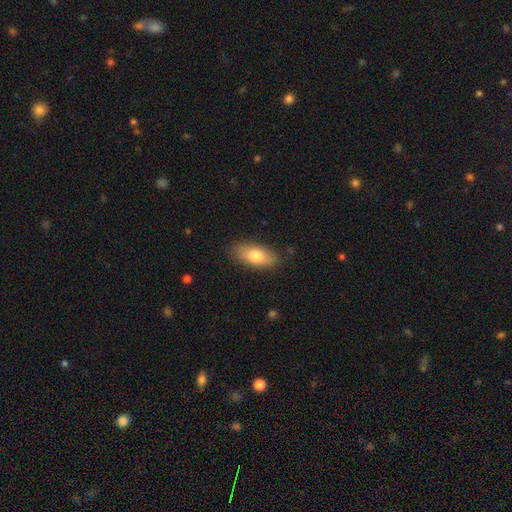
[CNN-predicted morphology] type=smooth (76%); roundness=in between (84%); merging=none (85%).